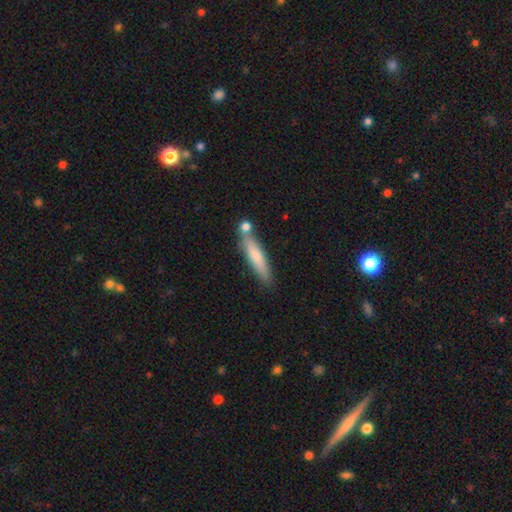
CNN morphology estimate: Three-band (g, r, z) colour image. It shows a smooth galaxy with no disk features (70%) that is cigar-shaped (86%). Merging: none (69%).